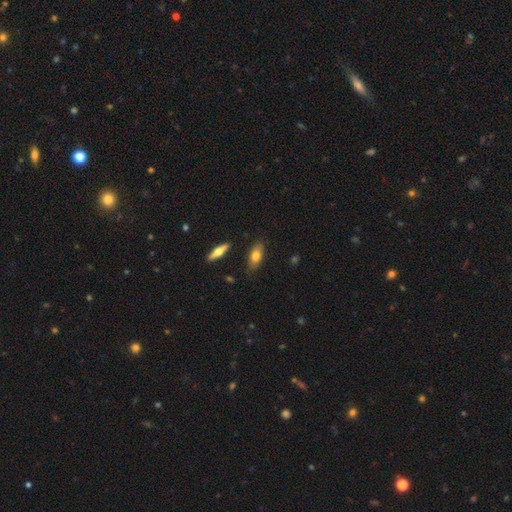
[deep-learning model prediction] smooth_or_featured: smooth (p=0.72) [alt: featured or disk p=0.21]
how_rounded: in between (p=0.82) [alt: cigar-shaped p=0.15]
merging: none (p=0.83) [alt: minor disturbance p=0.12]